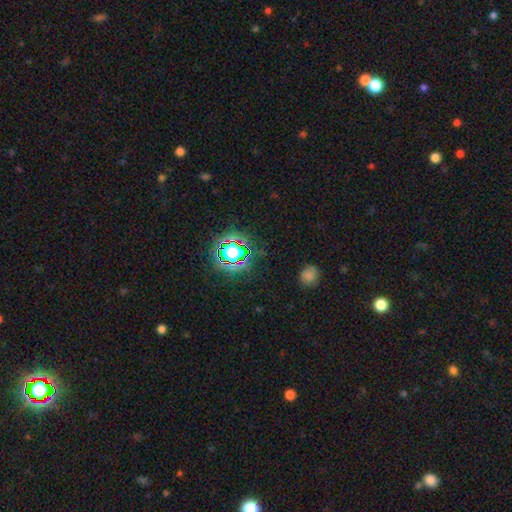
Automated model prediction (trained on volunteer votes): star or artifact 79%, smooth 13%, featured or disk 8%.